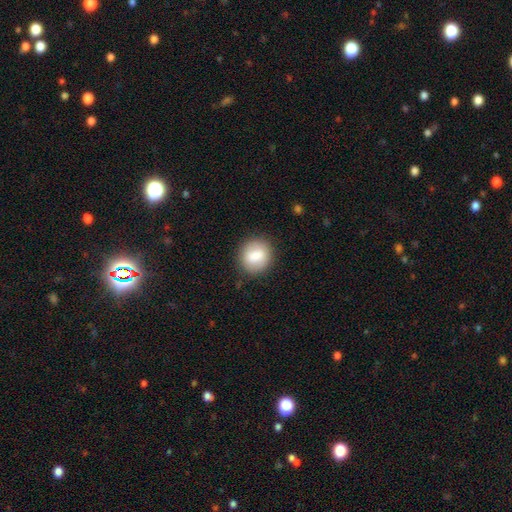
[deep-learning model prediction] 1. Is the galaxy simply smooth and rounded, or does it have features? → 78% smooth, 14% featured or disk, 7% star or artifact.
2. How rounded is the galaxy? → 81% round, 18% in between, 1% cigar-shaped.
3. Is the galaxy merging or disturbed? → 85% none, 10% minor disturbance, 3% major disturbance, 1% merger.